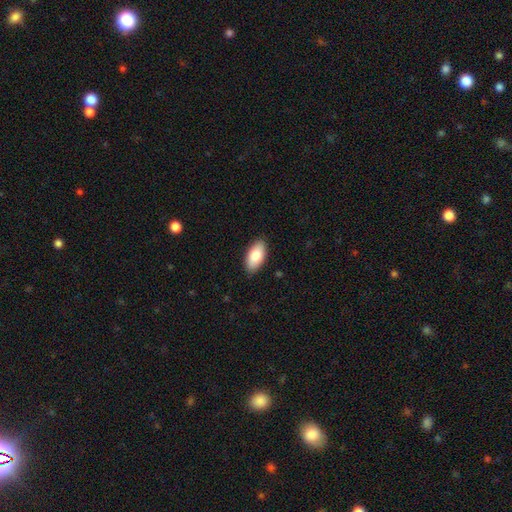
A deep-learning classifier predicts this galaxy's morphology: Smooth or featured: smooth — 83% (featured or disk — 11%)
How rounded: in between — 94% (cigar-shaped — 4%)
Merging: none — 88% (minor disturbance — 9%)